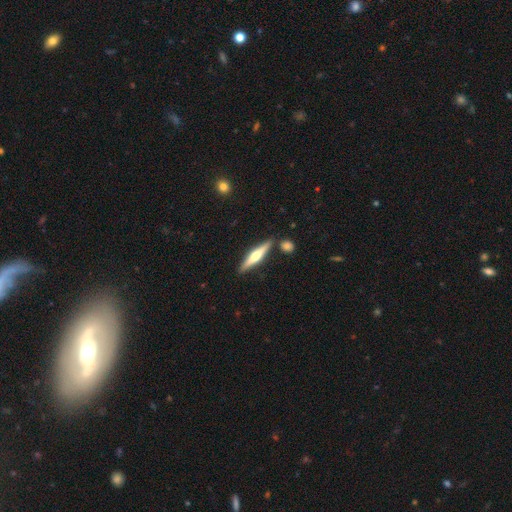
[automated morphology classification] Smooth or featured? Predicted: featured or disk (p=0.58). Edge-on disk? Predicted: yes (p=0.97). Edge-on bulge? Predicted: rounded (p=0.83). Merging? Predicted: none (p=0.84).